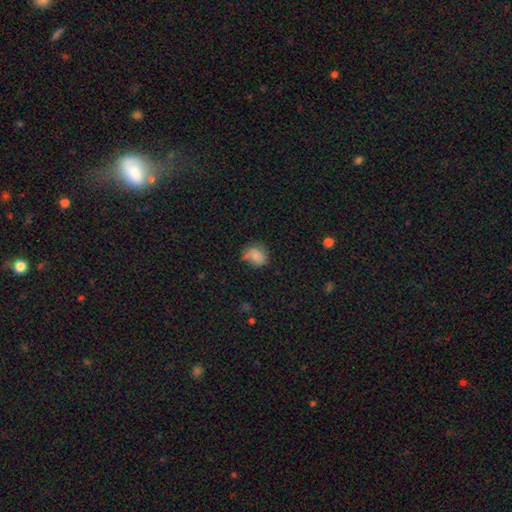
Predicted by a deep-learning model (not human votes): smooth_or_featured: smooth (p=0.77) [alt: featured or disk p=0.12]
how_rounded: round (p=0.57) [alt: in between p=0.42]
merging: none (p=0.53) [alt: minor disturbance p=0.30]